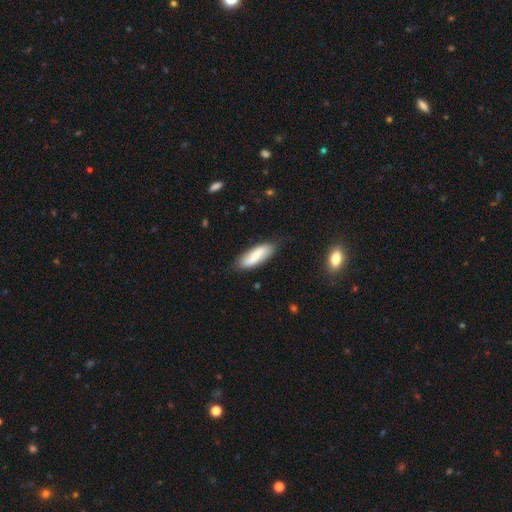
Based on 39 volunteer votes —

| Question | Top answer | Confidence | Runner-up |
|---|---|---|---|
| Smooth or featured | smooth | 59% | featured or disk (28%) |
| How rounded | in between | 70% | cigar-shaped (30%) |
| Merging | none | 74% | minor disturbance (21%) |